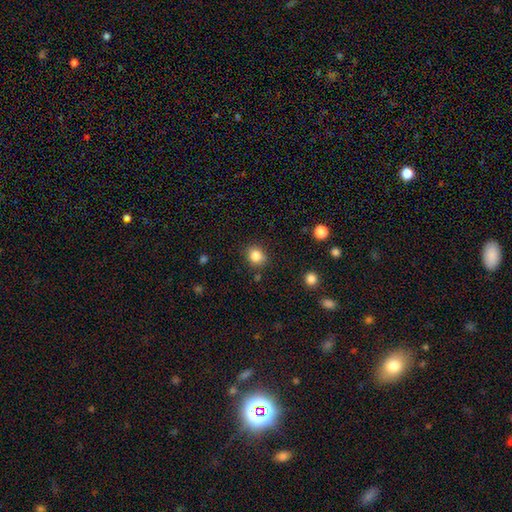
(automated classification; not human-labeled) This appears to be a smooth galaxy with no disk features (84%) that is round (66%). Merging: none (83%).